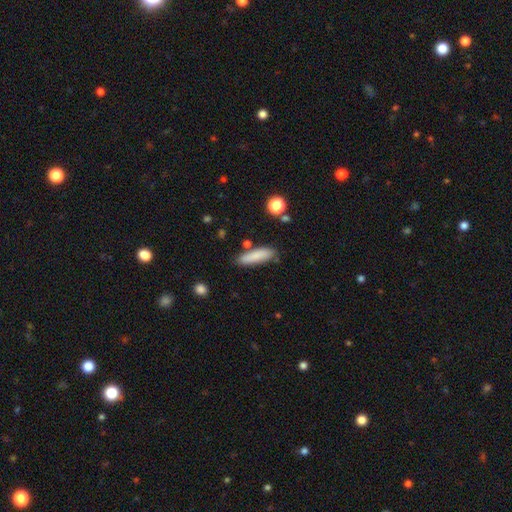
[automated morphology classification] type=smooth (84%); roundness=cigar-shaped (69%); merging=none (78%).